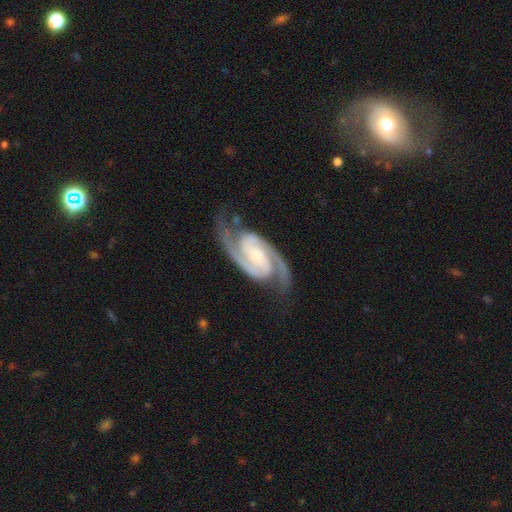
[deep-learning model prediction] smooth_or_featured: featured or disk (p=0.94) [alt: star or artifact p=0.04]
disk_edge_on: no (p=0.98) [alt: yes p=0.02]
bar: weak (p=0.38) [alt: no p=0.35]
has_spiral_arms: yes (p=0.99) [alt: no p=0.01]
spiral_winding: medium (p=0.56) [alt: tight p=0.36]
spiral_arm_count: 2 (p=0.95) [alt: 3 p=0.01]
bulge_size: small (p=0.38) [alt: moderate p=0.28]
merging: none (p=0.78) [alt: minor disturbance p=0.15]